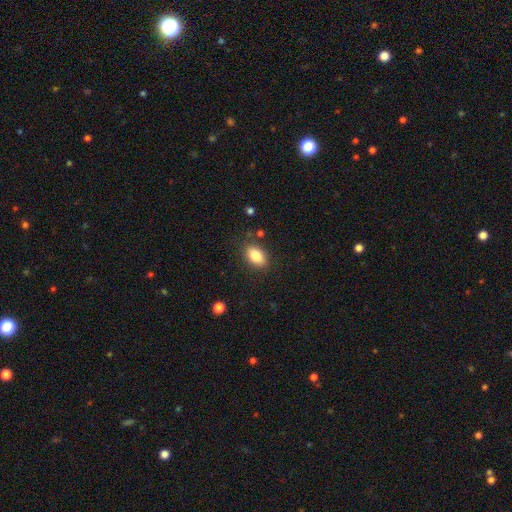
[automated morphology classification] The model was most divided on "merging": none: 84%, minor disturbance: 11%, major disturbance: 3%, merger: 2%. More confident: how rounded — in between (88%); smooth or featured — smooth (84%).